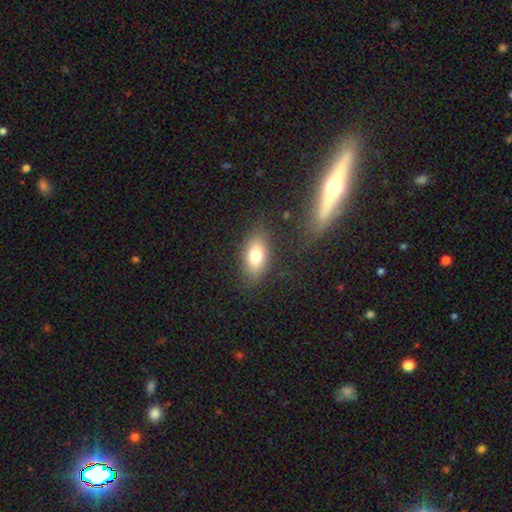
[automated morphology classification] Smooth or featured? Predicted: smooth (p=0.74). How rounded? Predicted: in between (p=0.85). Merging? Predicted: none (p=0.81).